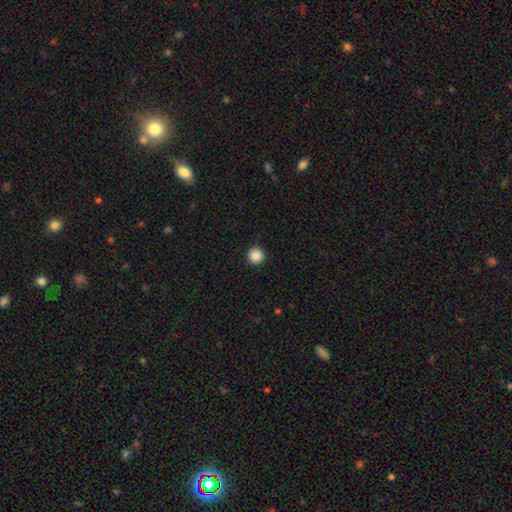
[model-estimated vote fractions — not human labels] The model was most divided on "smooth or featured": smooth: 87%, star or artifact: 10%, featured or disk: 3%. More confident: how rounded — round (97%); merging — none (92%).